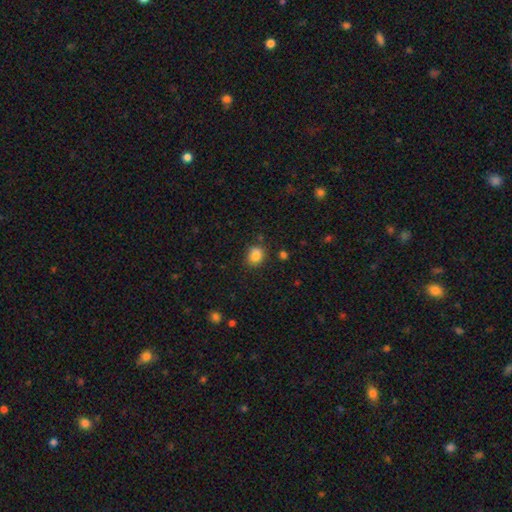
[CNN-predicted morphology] The model was most divided on "how rounded": round: 63%, in between: 36%, cigar-shaped: 1%. More confident: smooth or featured — smooth (84%); merging — none (76%).